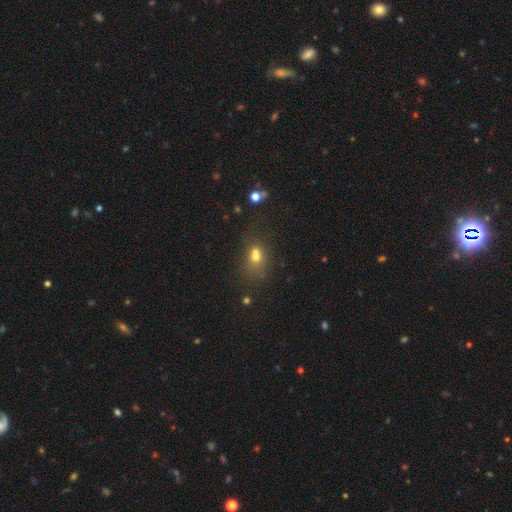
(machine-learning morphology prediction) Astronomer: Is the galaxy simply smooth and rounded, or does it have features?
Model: smooth — 64%.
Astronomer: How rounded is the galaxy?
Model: in between — 54% (runner-up: round, 44%).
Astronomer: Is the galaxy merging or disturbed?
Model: merger — 40% (runner-up: none, 38%).